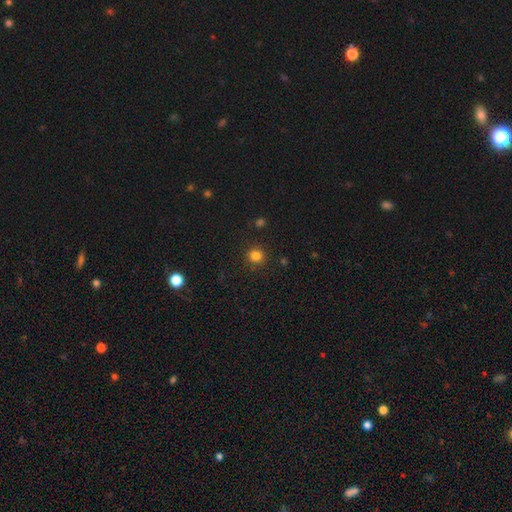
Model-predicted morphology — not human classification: Overall: smooth (82%). How rounded: round (91%). Merging: none (90%).